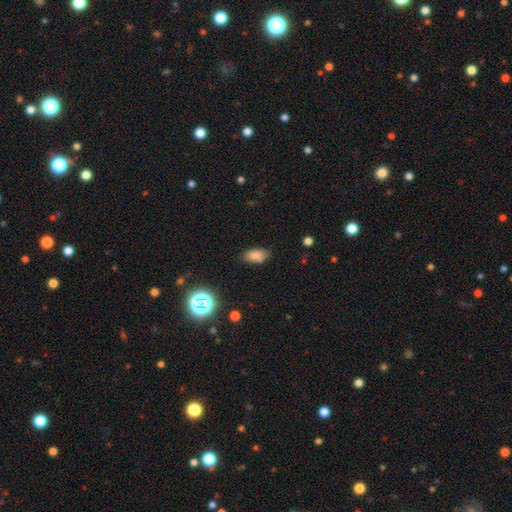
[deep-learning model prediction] Smooth or featured? Predicted: smooth (p=0.80). How rounded? Predicted: in between (p=0.89). Merging? Predicted: none (p=0.80).